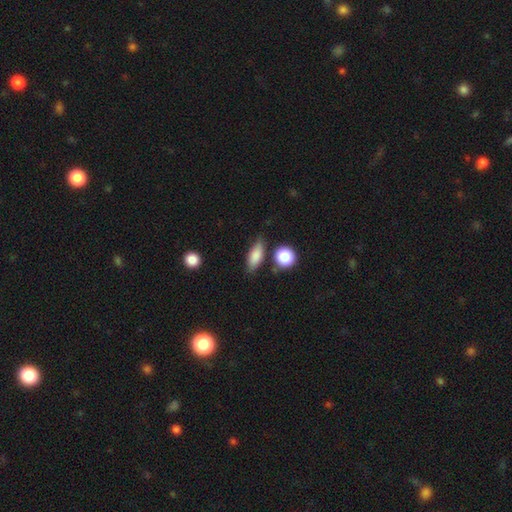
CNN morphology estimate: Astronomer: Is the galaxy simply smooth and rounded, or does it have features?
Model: smooth — 80%.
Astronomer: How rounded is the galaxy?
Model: in between — 71%.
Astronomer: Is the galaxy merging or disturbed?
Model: none — 71%.